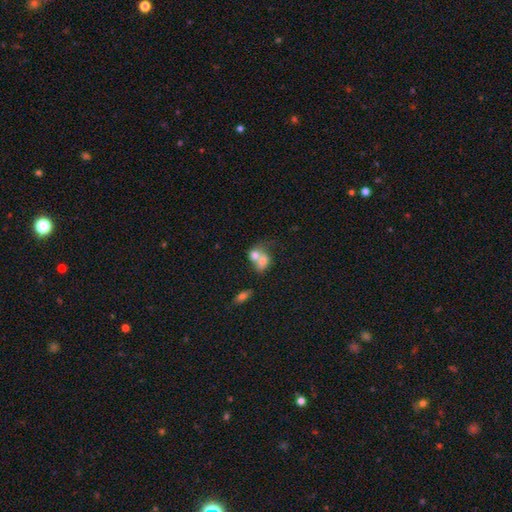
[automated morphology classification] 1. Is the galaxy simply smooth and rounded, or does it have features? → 68% smooth, 22% featured or disk, 9% star or artifact.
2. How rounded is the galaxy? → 52% in between, 47% round, 2% cigar-shaped.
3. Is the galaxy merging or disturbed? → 72% merger, 15% none, 7% minor disturbance, 6% major disturbance.